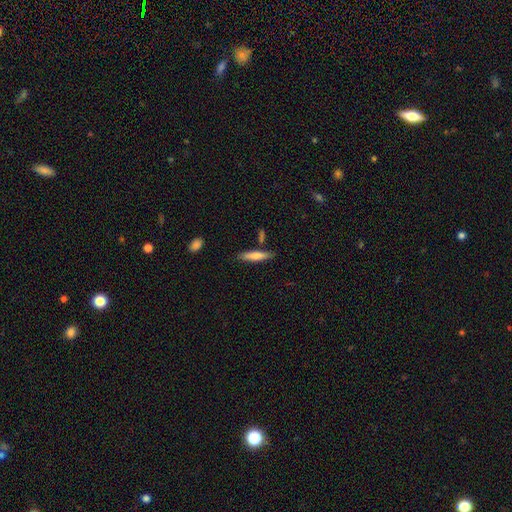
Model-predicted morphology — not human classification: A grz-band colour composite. It shows a smooth galaxy with no disk features (73%) that is cigar-shaped (85%). Merging: none (80%).